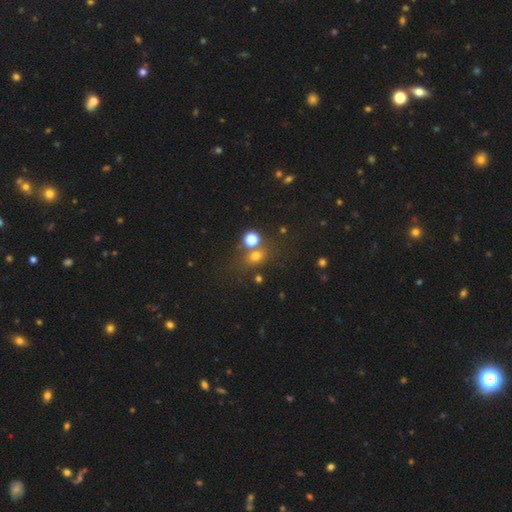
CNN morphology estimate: This is likely a smooth galaxy (67%). How rounded: likely round (62%). Merging: likely none (62%).